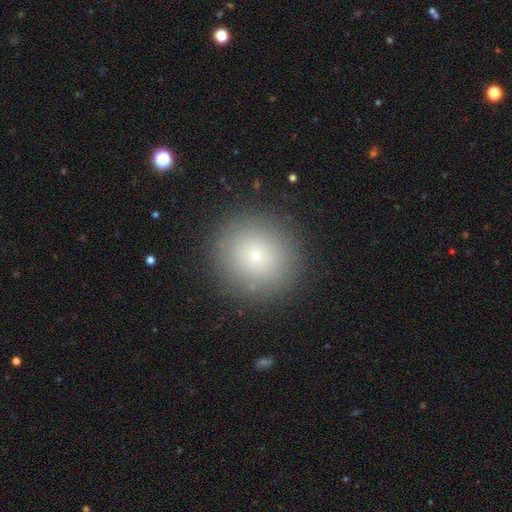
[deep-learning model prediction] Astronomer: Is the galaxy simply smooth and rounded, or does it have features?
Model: smooth — 73%.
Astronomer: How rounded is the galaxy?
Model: round — 93%.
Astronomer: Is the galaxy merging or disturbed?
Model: none — 89%.